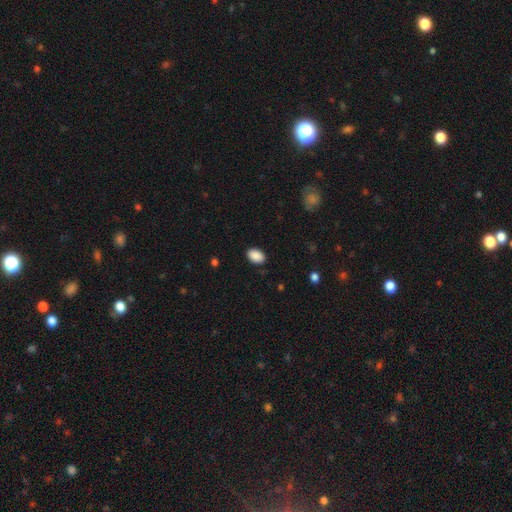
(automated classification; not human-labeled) Q: Smooth or featured?
A: smooth (90%); runner-up: star or artifact (7%)
Q: How rounded?
A: in between (85%); runner-up: round (14%)
Q: Merging?
A: none (88%); runner-up: minor disturbance (9%)